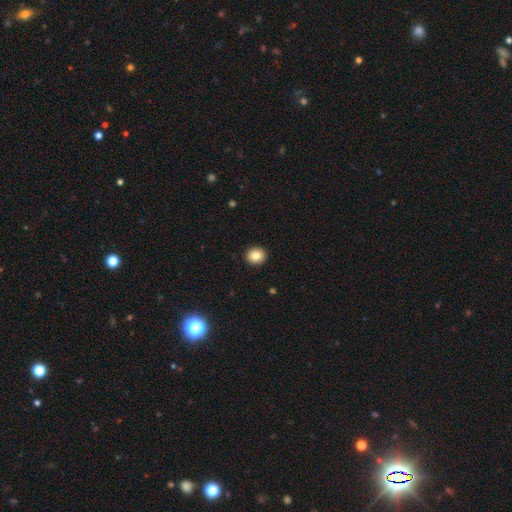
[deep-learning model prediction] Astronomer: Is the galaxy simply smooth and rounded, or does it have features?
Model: smooth — 83%.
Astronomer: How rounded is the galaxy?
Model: round — 87%.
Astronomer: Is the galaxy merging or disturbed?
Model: none — 93%.